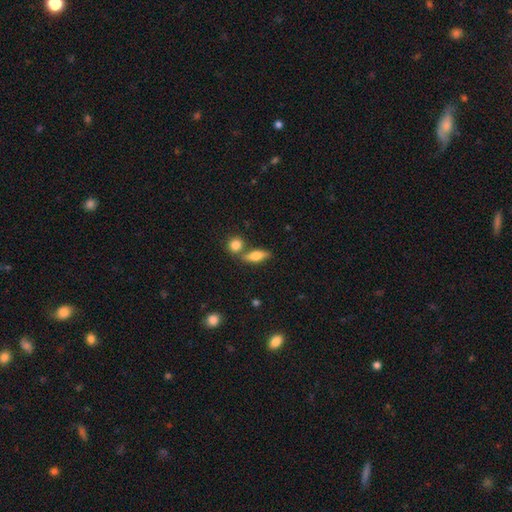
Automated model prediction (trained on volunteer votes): Q: Smooth or featured?
A: smooth (69%); runner-up: featured or disk (23%)
Q: How rounded?
A: in between (63%); runner-up: cigar-shaped (31%)
Q: Merging?
A: none (63%); runner-up: merger (22%)